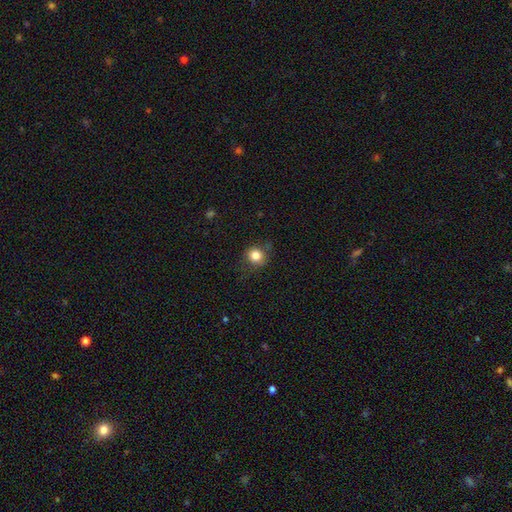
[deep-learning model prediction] This appears to be a smooth galaxy with no disk features (83%) that is round (86%). Merging: none (77%).